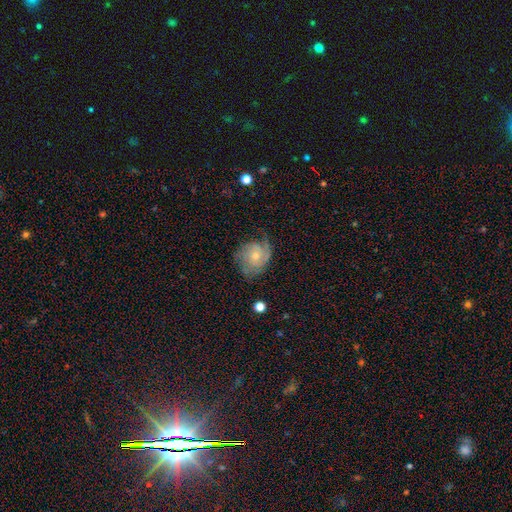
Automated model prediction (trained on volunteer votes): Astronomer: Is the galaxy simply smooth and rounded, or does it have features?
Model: featured or disk — 68%.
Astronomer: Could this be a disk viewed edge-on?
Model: no — 97%.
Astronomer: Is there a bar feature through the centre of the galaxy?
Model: no — 77%.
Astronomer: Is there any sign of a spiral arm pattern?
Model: yes — 89%.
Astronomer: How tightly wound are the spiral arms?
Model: tight — 47% (runner-up: medium, 35%).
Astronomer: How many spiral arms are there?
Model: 2 — 31% (runner-up: can't tell, 30%).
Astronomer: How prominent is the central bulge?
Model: small — 55% (runner-up: moderate, 39%).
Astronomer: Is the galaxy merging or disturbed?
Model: none — 57%.